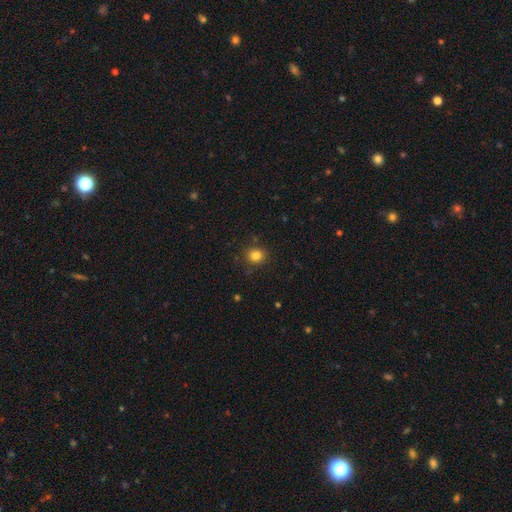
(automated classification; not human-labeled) The model was most divided on "how rounded": round: 82%, in between: 18%, cigar-shaped: 1%. More confident: merging — none (86%); smooth or featured — smooth (82%).